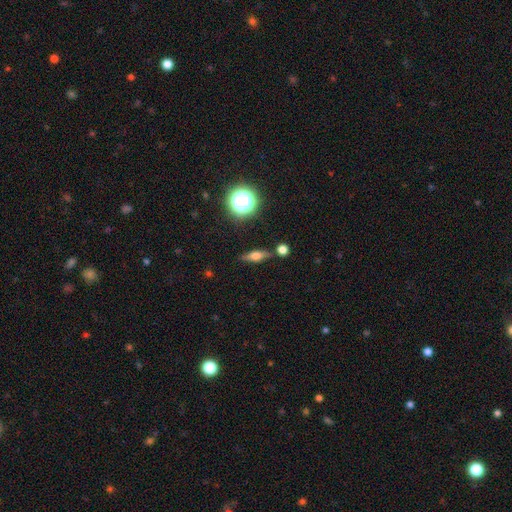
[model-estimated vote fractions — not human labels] Morphology: type=featured or disk (46%); merging=none (80%).